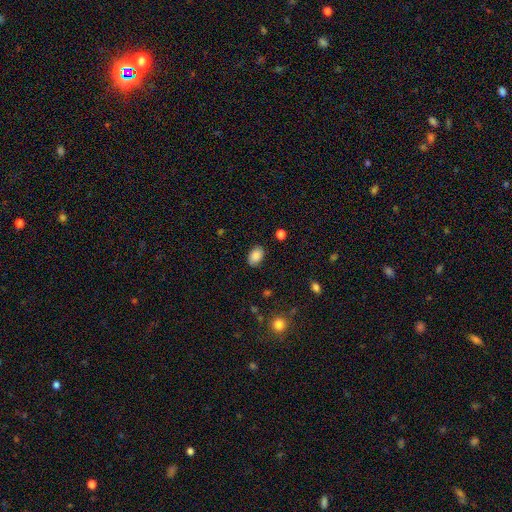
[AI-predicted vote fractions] Q: Smooth or featured?
A: smooth (87%); runner-up: star or artifact (8%)
Q: How rounded?
A: in between (85%); runner-up: round (13%)
Q: Merging?
A: none (85%); runner-up: minor disturbance (11%)